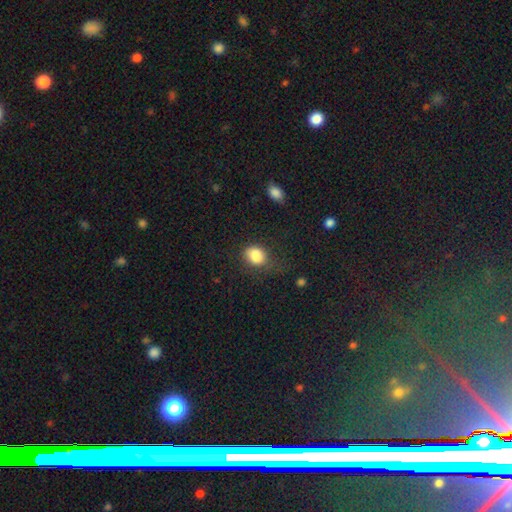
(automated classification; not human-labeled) smooth_or_featured: smooth (p=0.85) [alt: star or artifact p=0.09]
how_rounded: in between (p=0.58) [alt: round p=0.41]
merging: none (p=0.53) [alt: minor disturbance p=0.28]